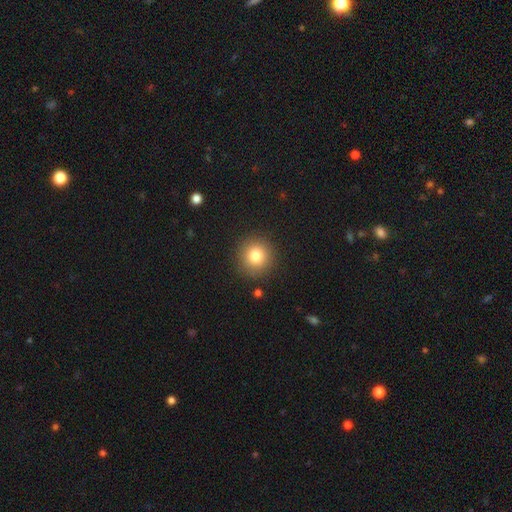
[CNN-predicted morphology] smooth-or-featured: smooth: 81% | star or artifact: 11% | featured or disk: 8%
  how-rounded: round: 94% | in between: 5% | cigar-shaped: 1%
  merging: none: 90% | minor disturbance: 6% | major disturbance: 2% | merger: 2%